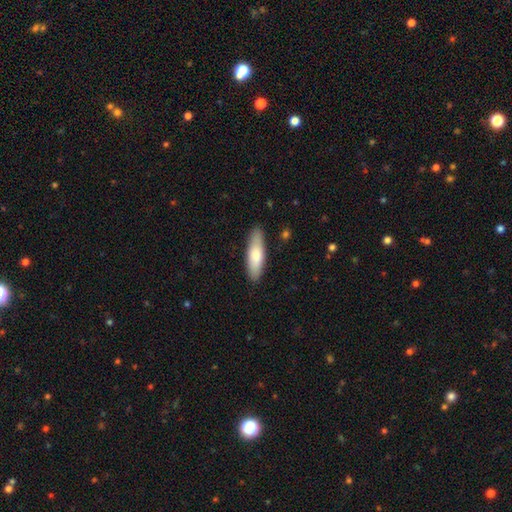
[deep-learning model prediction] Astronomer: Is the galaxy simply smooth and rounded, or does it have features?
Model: smooth — 76%.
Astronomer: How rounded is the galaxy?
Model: cigar-shaped — 54% (runner-up: in between, 44%).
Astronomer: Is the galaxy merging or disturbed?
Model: none — 87%.